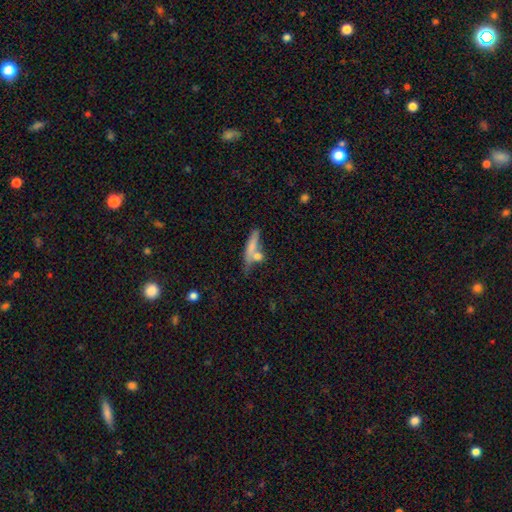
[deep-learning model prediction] The model was most divided on "merging": none: 44%, merger: 32%, minor disturbance: 15%, major disturbance: 9%. More confident: how rounded — cigar-shaped (66%); smooth or featured — smooth (65%).